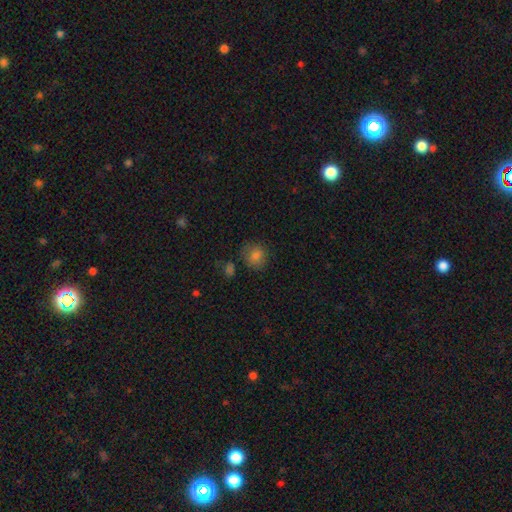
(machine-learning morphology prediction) smooth-or-featured: smooth: 79% | star or artifact: 13% | featured or disk: 8%
  how-rounded: round: 81% | in between: 18% | cigar-shaped: 1%
  merging: none: 78% | minor disturbance: 14% | merger: 4% | major disturbance: 4%